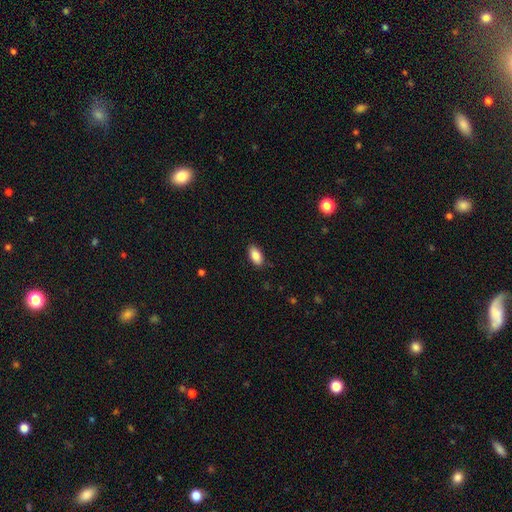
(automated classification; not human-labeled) Smooth or featured? Predicted: smooth (p=0.87). How rounded? Predicted: in between (p=0.92). Merging? Predicted: none (p=0.87).